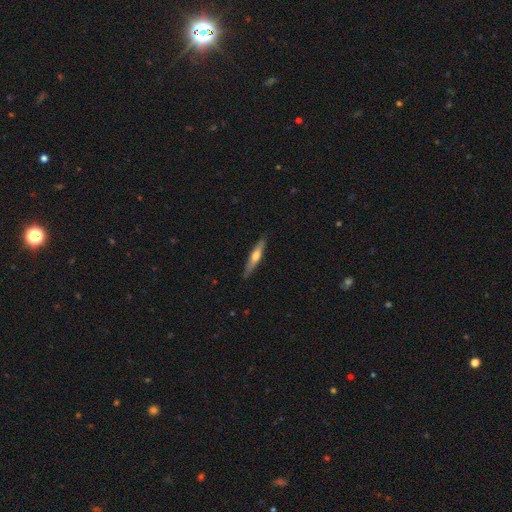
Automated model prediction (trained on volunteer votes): This is possibly a featured or disk galaxy (51%). It is clearly viewed edge-on (94%). Merging: clearly none (88%).